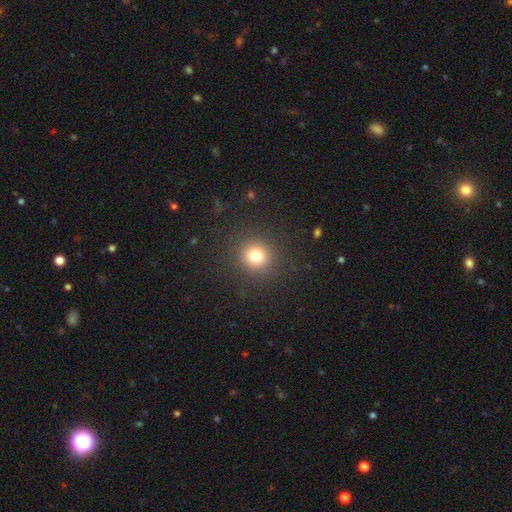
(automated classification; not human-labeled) A smooth galaxy with no disk features (78%) that is round (92%). Merging: none (89%).